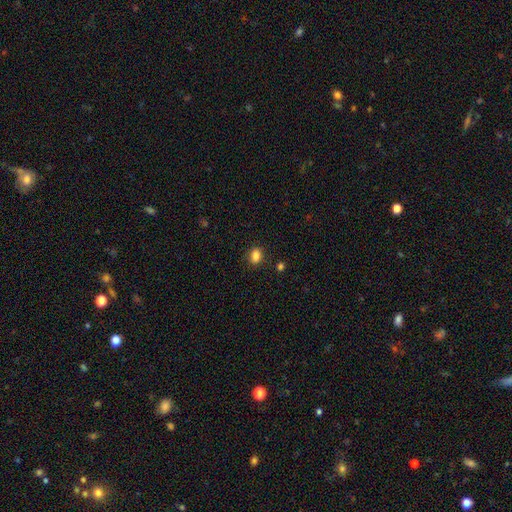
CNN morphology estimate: Q: Smooth or featured?
A: smooth (85%); runner-up: star or artifact (11%)
Q: How rounded?
A: in between (72%); runner-up: round (27%)
Q: Merging?
A: none (85%); runner-up: minor disturbance (10%)